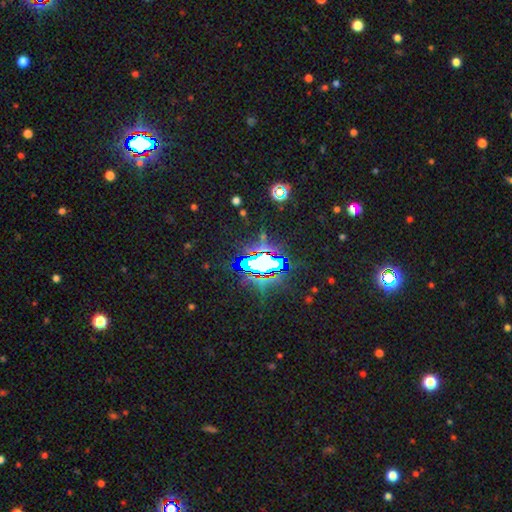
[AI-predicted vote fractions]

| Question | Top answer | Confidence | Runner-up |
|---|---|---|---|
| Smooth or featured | star or artifact | 77% | smooth (12%) |